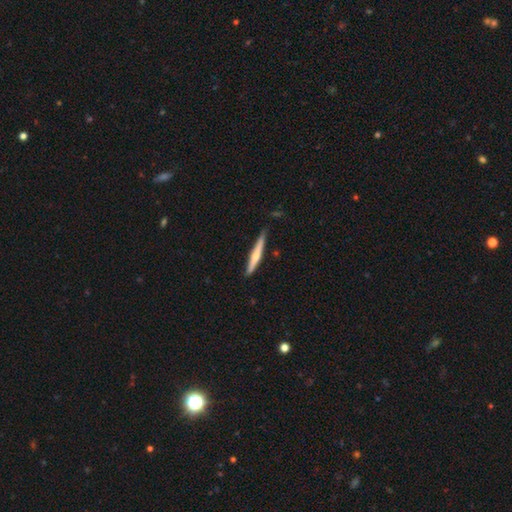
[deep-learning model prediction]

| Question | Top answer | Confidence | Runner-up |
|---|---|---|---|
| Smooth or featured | featured or disk | 53% | smooth (42%) |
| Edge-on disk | yes | 97% | no (3%) |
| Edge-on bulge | rounded | 76% | none (19%) |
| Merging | none | 83% | minor disturbance (13%) |